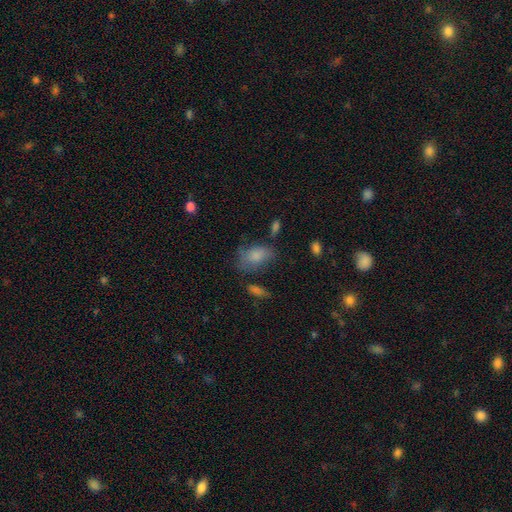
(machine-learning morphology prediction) Q: Smooth or featured?
A: smooth (79%); runner-up: featured or disk (13%)
Q: How rounded?
A: in between (87%); runner-up: round (10%)
Q: Merging?
A: none (49%); runner-up: minor disturbance (30%)